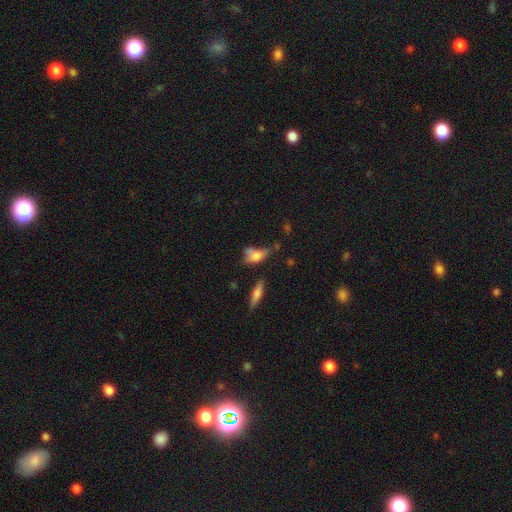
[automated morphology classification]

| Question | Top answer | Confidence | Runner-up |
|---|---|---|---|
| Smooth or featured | smooth | 66% | featured or disk (24%) |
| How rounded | in between | 77% | round (12%) |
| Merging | minor disturbance | 30% | none (29%) |